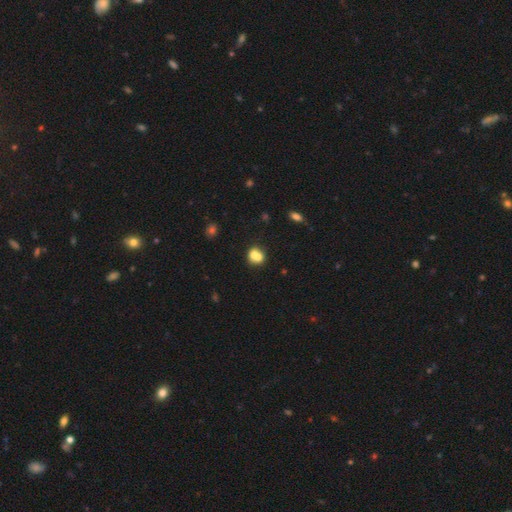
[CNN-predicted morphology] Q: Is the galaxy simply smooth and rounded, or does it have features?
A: smooth — 70%.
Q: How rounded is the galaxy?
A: round — 71%.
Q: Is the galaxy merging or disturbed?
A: merger — 58%.